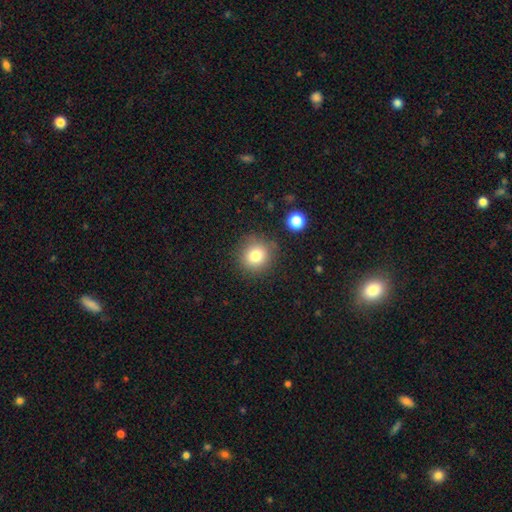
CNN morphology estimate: Overall: smooth (79%). How rounded: round (89%). Merging: none (83%).